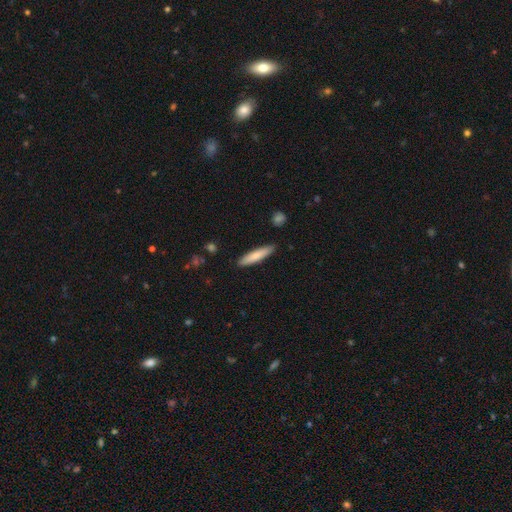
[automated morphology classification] smooth 77%, featured or disk 18%, star or artifact 5%. Down the decision tree: how rounded — cigar-shaped (85%); merging — none (89%).